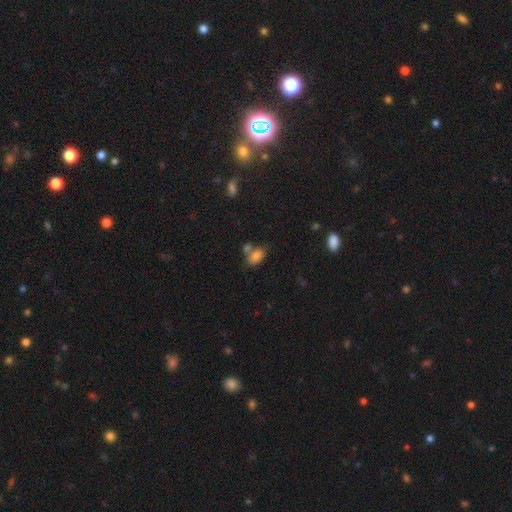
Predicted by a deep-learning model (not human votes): Smooth or featured: smooth — 81% (star or artifact — 11%)
How rounded: in between — 86% (round — 12%)
Merging: none — 46% (merger — 34%)